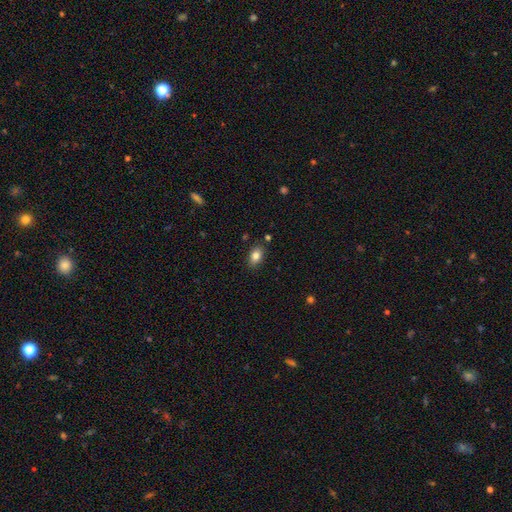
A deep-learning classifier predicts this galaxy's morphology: Overall: smooth (81%). How rounded: in between (85%). Merging: none (85%).